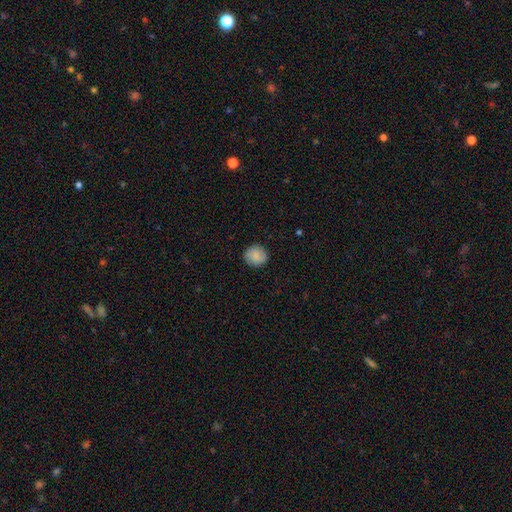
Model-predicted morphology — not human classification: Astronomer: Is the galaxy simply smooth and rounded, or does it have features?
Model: smooth — 82%.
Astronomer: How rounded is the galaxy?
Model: round — 89%.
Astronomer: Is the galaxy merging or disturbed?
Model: none — 89%.